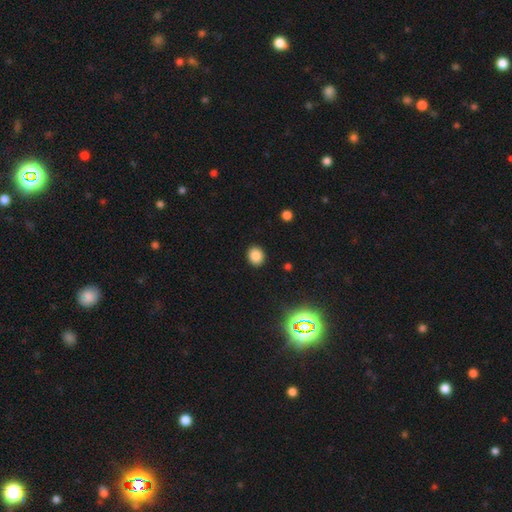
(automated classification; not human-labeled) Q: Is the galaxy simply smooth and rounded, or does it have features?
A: smooth — 84%.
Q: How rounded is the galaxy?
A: round — 69%.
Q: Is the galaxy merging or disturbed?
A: none — 91%.